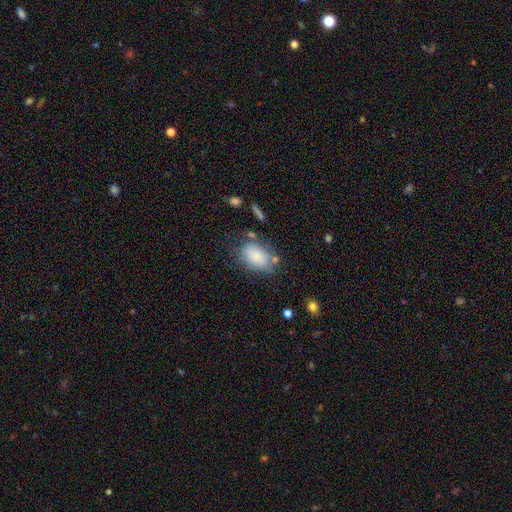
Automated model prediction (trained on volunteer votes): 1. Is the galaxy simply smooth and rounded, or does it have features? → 81% smooth, 10% featured or disk, 9% star or artifact.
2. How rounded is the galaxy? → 86% in between, 13% round, 2% cigar-shaped.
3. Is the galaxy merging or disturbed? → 62% none, 23% minor disturbance, 8% major disturbance, 7% merger.